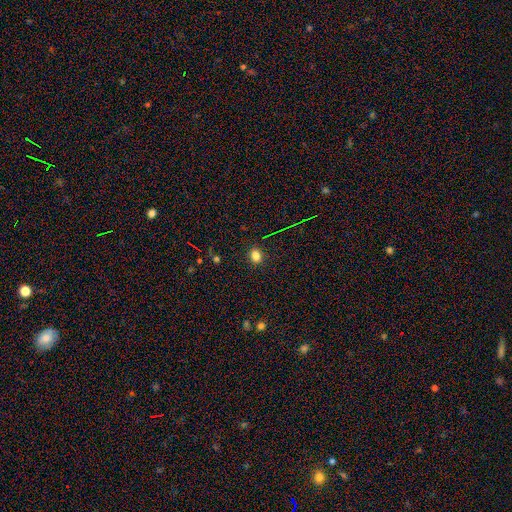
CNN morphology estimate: type=smooth (81%); roundness=round (54%); merging=none (89%).